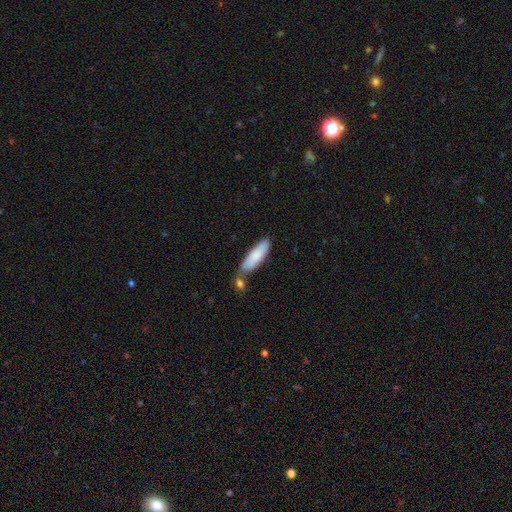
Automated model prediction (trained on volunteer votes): Smooth or featured? Predicted: smooth (p=0.82). How rounded? Predicted: cigar-shaped (p=0.54). Merging? Predicted: none (p=0.54).